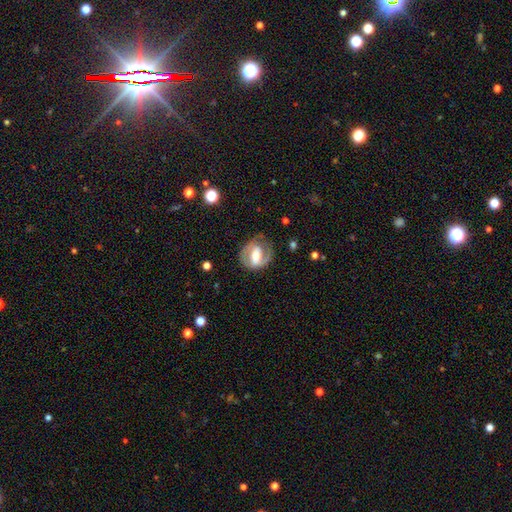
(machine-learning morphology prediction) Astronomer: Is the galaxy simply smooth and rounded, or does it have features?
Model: featured or disk — 74%.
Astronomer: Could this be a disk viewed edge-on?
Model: no — 96%.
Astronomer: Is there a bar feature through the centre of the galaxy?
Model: strong — 47% (runner-up: weak, 35%).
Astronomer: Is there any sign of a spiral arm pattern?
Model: yes — 75%.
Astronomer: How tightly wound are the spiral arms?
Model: medium — 46% (runner-up: tight, 38%).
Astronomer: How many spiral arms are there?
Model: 2 — 80%.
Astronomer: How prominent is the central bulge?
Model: moderate — 61%.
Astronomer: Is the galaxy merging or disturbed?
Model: none — 75%.